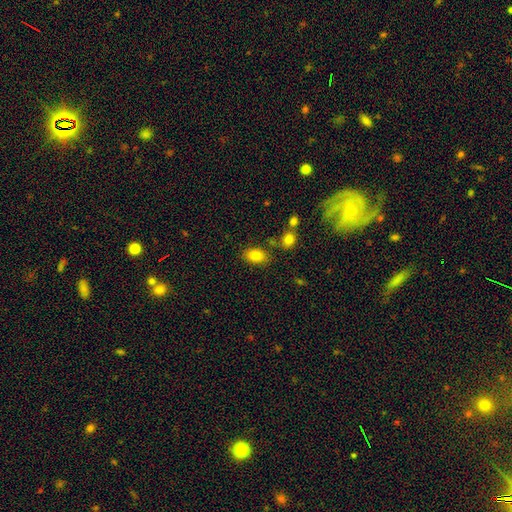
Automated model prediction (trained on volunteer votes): Smooth or featured: smooth — 82% (star or artifact — 9%)
How rounded: in between — 87% (round — 11%)
Merging: none — 78% (minor disturbance — 13%)